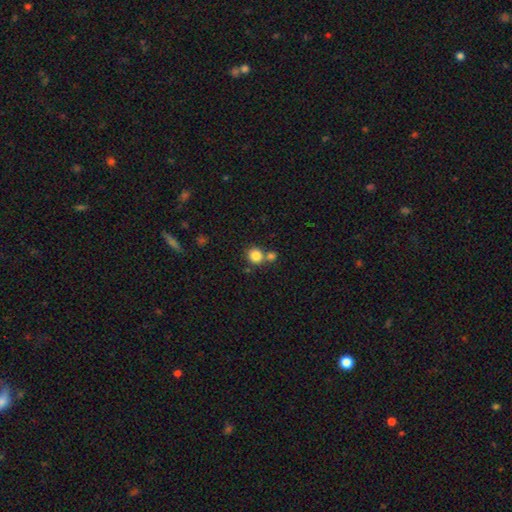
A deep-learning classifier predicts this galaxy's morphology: Smooth or featured? Predicted: smooth (p=0.84). How rounded? Predicted: round (p=0.87). Merging? Predicted: none (p=0.58).